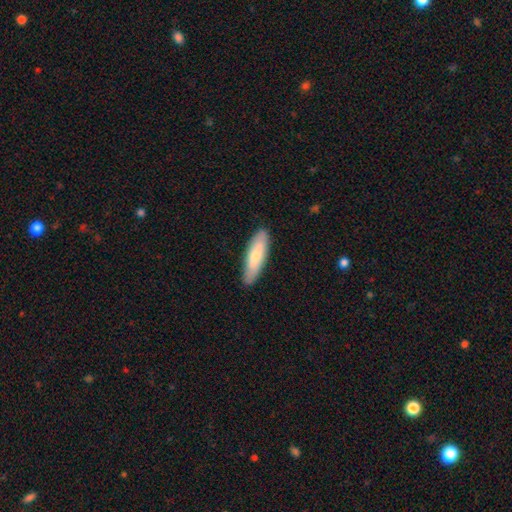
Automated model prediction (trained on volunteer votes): Smooth or featured? smooth (69%)
How rounded? cigar-shaped (61%)
Merging? none (87%)